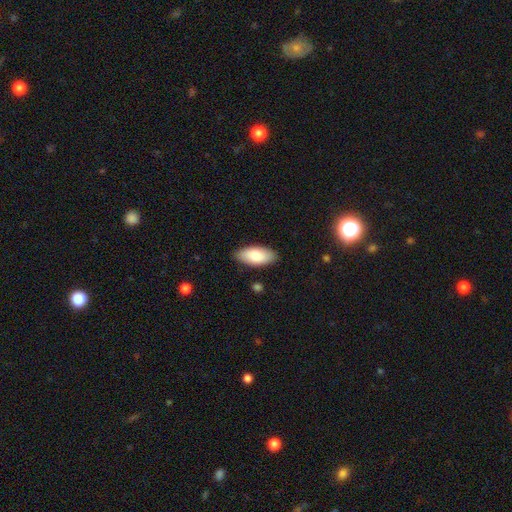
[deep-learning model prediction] The model was most divided on "smooth or featured": smooth: 81%, featured or disk: 13%, star or artifact: 6%. More confident: how rounded — in between (90%); merging — none (87%).